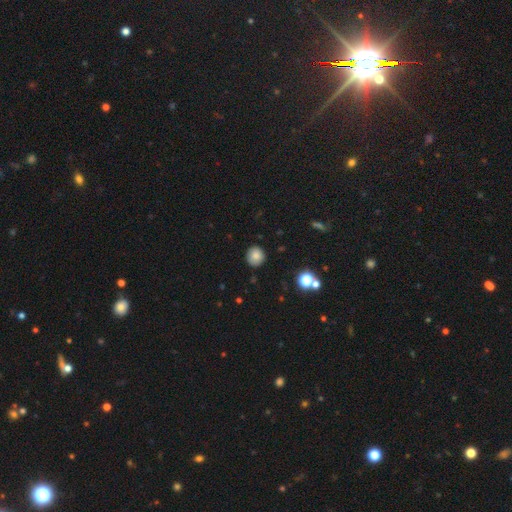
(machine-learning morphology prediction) The model was most divided on "smooth or featured": smooth: 83%, star or artifact: 11%, featured or disk: 6%. More confident: how rounded — round (91%); merging — none (89%).